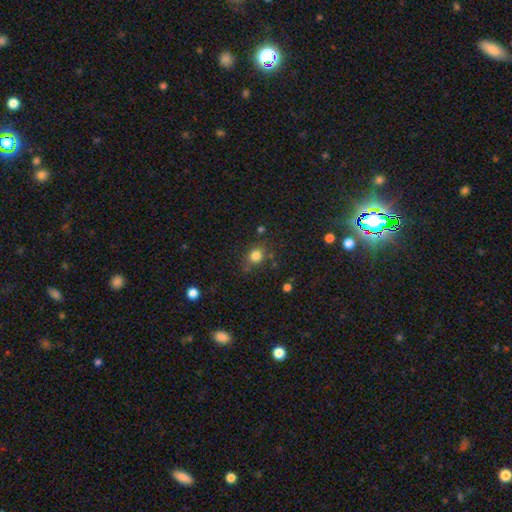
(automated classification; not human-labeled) Overall: smooth (80%). How rounded: round (75%). Merging: none (77%).